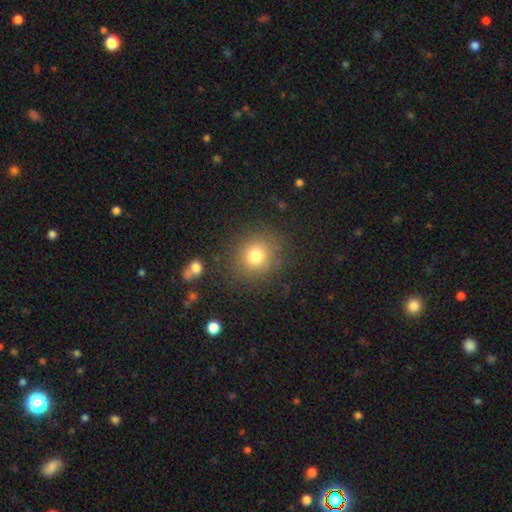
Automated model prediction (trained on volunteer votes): smooth_or_featured: smooth (p=0.77) [alt: star or artifact p=0.14]
how_rounded: round (p=0.85) [alt: in between p=0.14]
merging: none (p=0.83) [alt: minor disturbance p=0.10]